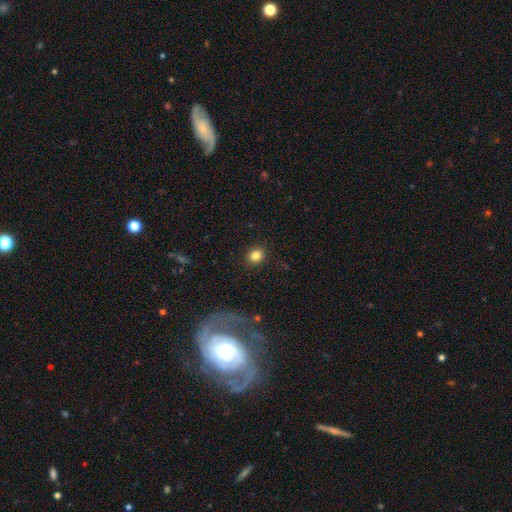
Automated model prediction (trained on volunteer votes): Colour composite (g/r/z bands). It shows a smooth galaxy with no disk features (83%) that is round (78%). Merging: none (90%).